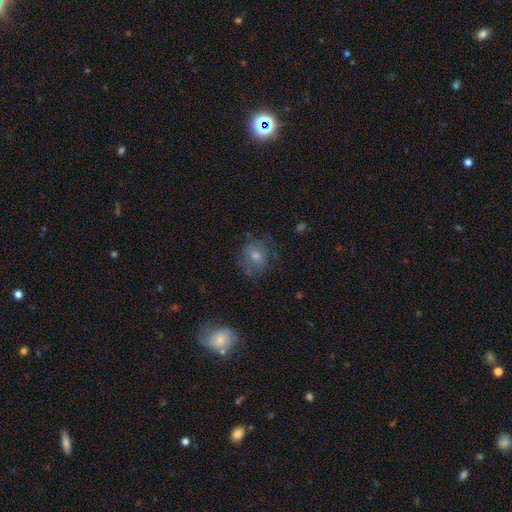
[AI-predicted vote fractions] smooth-or-featured: smooth: 47% | featured or disk: 36% | star or artifact: 17%
  merging: none: 70% | minor disturbance: 18% | major disturbance: 10% | merger: 2%